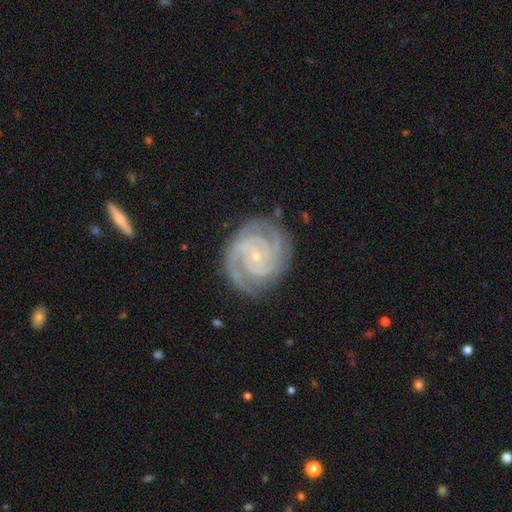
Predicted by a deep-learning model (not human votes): smooth_or_featured: featured or disk (p=0.92) [alt: star or artifact p=0.05]
disk_edge_on: no (p=0.98) [alt: yes p=0.02]
bar: no (p=0.66) [alt: weak p=0.23]
has_spiral_arms: yes (p=0.99) [alt: no p=0.01]
spiral_winding: tight (p=0.79) [alt: medium p=0.19]
spiral_arm_count: 2 (p=0.41) [alt: 3 p=0.29]
bulge_size: small (p=0.84) [alt: moderate p=0.12]
merging: none (p=0.80) [alt: minor disturbance p=0.14]